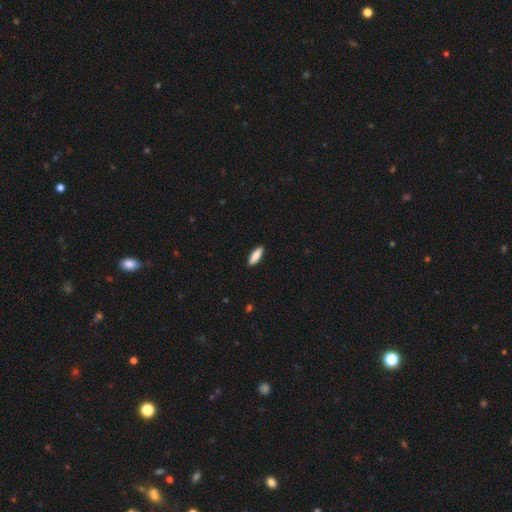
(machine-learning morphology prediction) The model was most divided on "how rounded": in between: 54%, cigar-shaped: 44%, round: 2%. More confident: merging — none (91%); smooth or featured — smooth (84%).